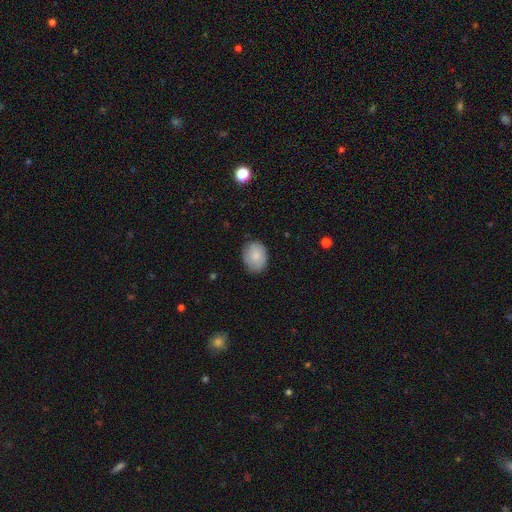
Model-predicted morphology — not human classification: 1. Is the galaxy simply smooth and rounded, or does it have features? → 82% smooth, 11% featured or disk, 7% star or artifact.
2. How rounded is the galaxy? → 59% in between, 40% round, 1% cigar-shaped.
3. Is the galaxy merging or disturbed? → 77% none, 18% minor disturbance, 3% major disturbance, 1% merger.